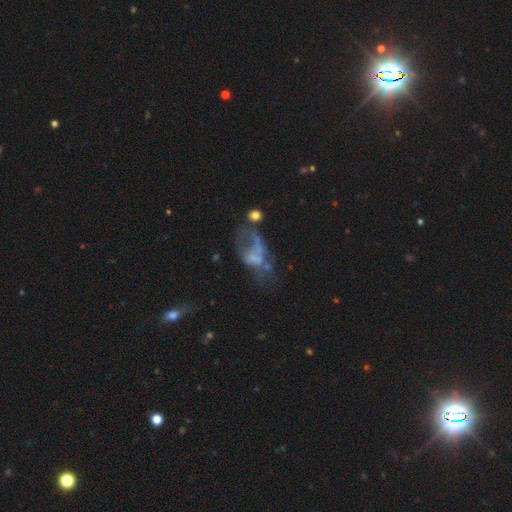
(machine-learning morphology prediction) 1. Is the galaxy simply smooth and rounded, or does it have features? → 52% featured or disk, 31% smooth, 17% star or artifact.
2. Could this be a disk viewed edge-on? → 95% no, 5% yes.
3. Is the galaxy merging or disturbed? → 44% major disturbance, 23% none, 17% merger, 16% minor disturbance.